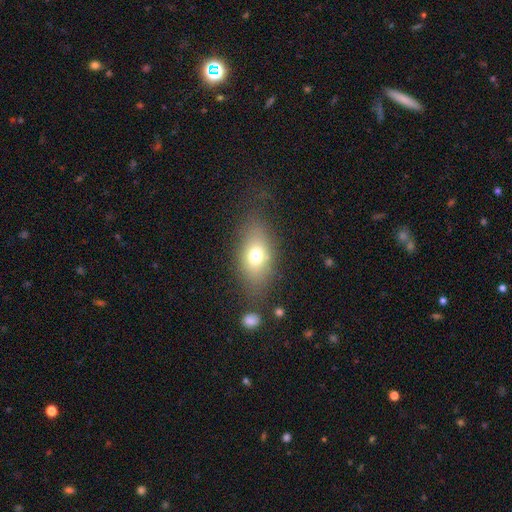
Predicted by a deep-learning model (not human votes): smooth-or-featured: smooth: 72% | featured or disk: 17% | star or artifact: 11%
  how-rounded: in between: 82% | round: 14% | cigar-shaped: 4%
  merging: none: 72% | minor disturbance: 15% | major disturbance: 8% | merger: 4%